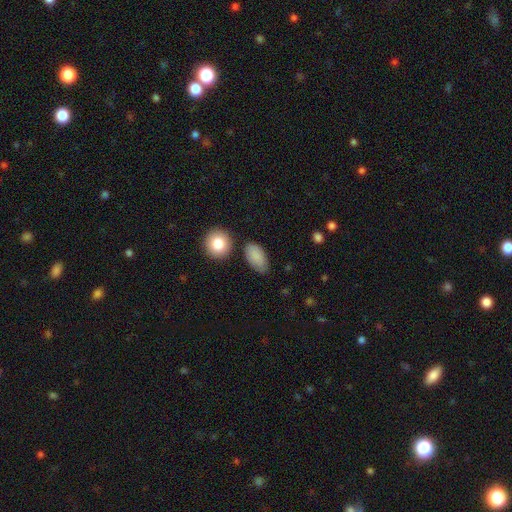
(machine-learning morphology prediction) Smooth or featured? smooth (87%)
How rounded? in between (91%)
Merging? none (75%)